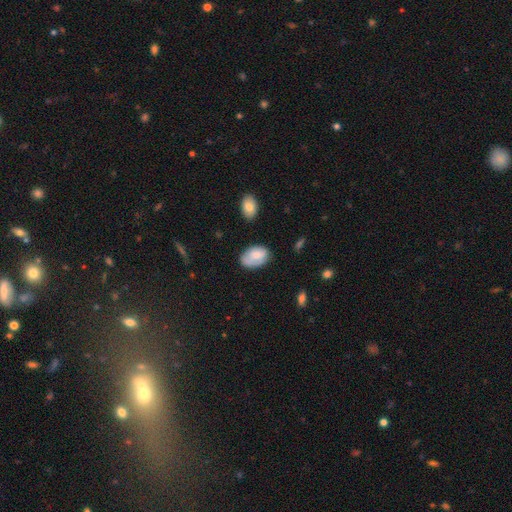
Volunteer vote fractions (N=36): smooth 72%, featured or disk 25%, star or artifact 3%. Down the decision tree: how rounded — in between (100%); merging — none (49%).